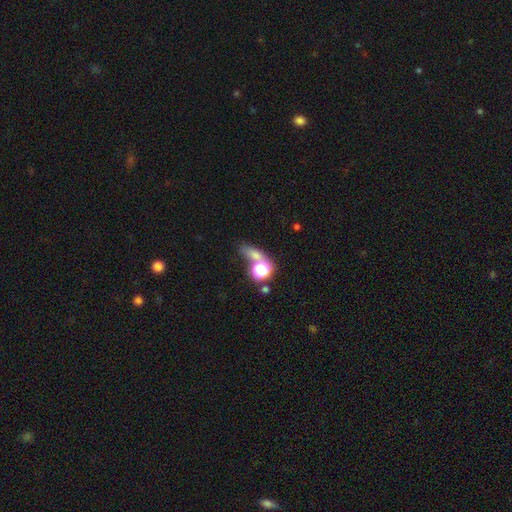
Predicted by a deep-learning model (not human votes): Smooth or featured?
  - smooth: 58% *
  - star or artifact: 28%
  - featured or disk: 14%
How rounded?
  - round: 45% *
  - in between: 42%
  - cigar-shaped: 13%
Merging?
  - none: 46% *
  - merger: 31%
  - minor disturbance: 12%
  - major disturbance: 11%